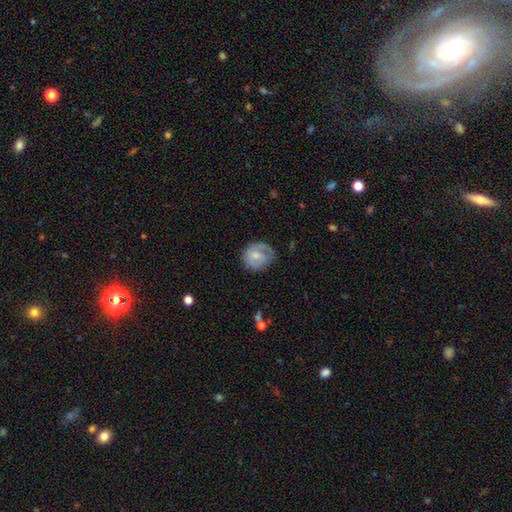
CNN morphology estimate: Smooth or featured? Predicted: smooth (p=0.54). How rounded? Predicted: round (p=0.70). Merging? Predicted: none (p=0.59).